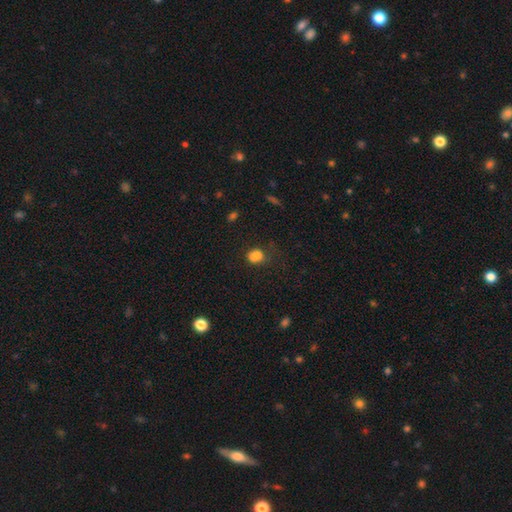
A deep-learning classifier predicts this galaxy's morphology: Smooth or featured? Predicted: smooth (p=0.82). How rounded? Predicted: in between (p=0.53). Merging? Predicted: none (p=0.56).